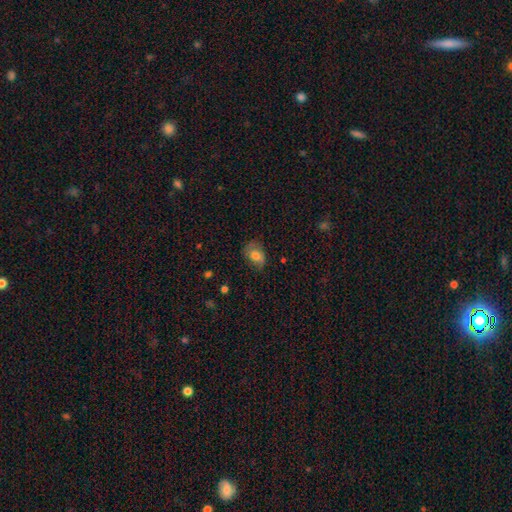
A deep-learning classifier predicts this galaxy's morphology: smooth 72%, featured or disk 19%, star or artifact 9%. Down the decision tree: how rounded — in between (77%); merging — none (61%).